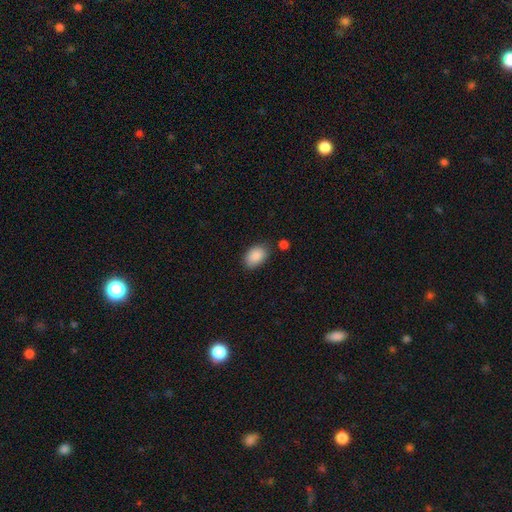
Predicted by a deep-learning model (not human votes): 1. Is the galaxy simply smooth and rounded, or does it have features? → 89% smooth, 7% star or artifact, 4% featured or disk.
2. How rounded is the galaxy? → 88% in between, 11% round, 1% cigar-shaped.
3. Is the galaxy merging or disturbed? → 78% none, 15% minor disturbance, 4% merger, 3% major disturbance.